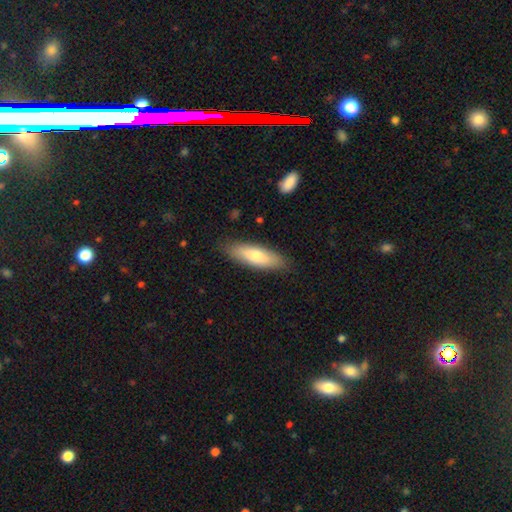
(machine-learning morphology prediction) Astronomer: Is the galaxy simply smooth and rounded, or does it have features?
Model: smooth — 68%.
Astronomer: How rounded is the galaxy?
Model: cigar-shaped — 53% (runner-up: in between, 45%).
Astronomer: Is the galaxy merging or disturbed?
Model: none — 86%.